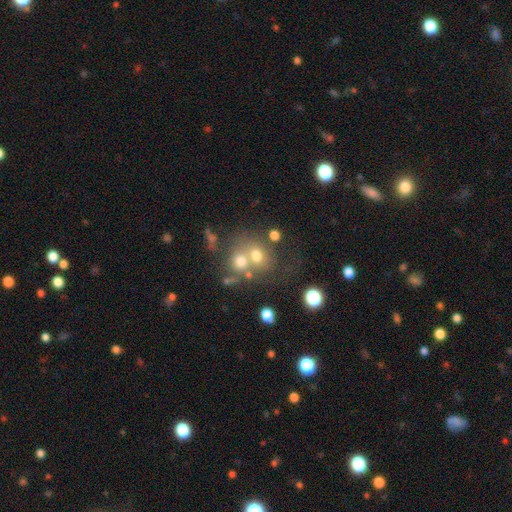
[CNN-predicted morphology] The model was most divided on "merging": merger: 46%, none: 38%, minor disturbance: 9%, major disturbance: 6%. More confident: how rounded — round (74%); smooth or featured — smooth (63%).